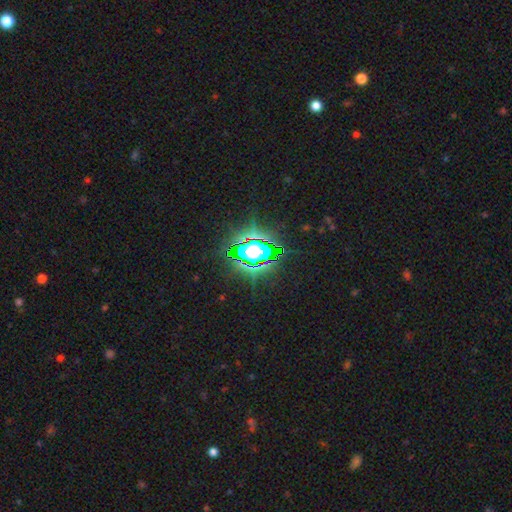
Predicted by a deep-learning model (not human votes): The model was most divided on "smooth or featured": star or artifact: 66%, smooth: 20%, featured or disk: 14%.